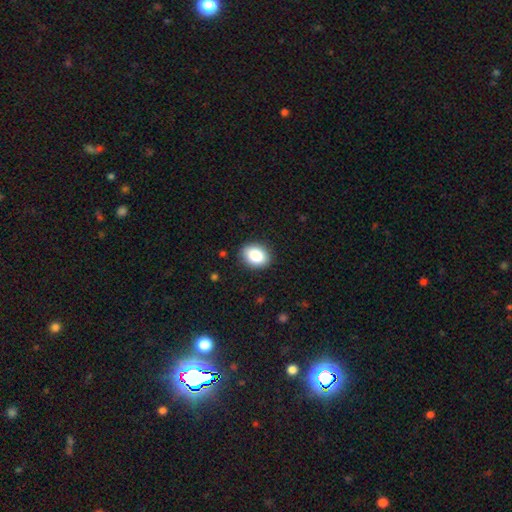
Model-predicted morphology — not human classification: Smooth or featured: smooth — 87% (star or artifact — 8%)
How rounded: in between — 69% (round — 30%)
Merging: none — 88% (minor disturbance — 9%)